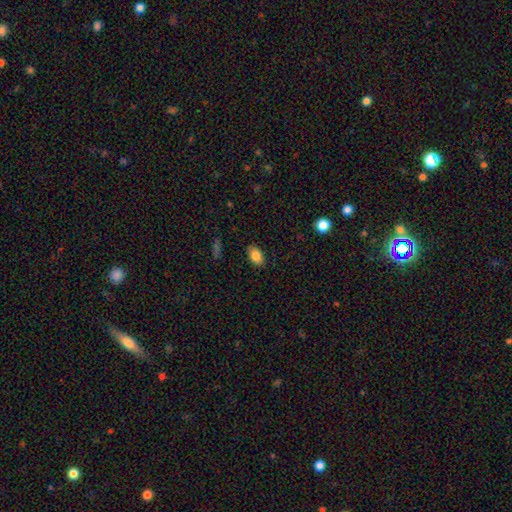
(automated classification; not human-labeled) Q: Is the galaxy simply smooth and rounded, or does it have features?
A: smooth — 85%.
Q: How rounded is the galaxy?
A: in between — 88%.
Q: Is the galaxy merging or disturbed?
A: none — 85%.